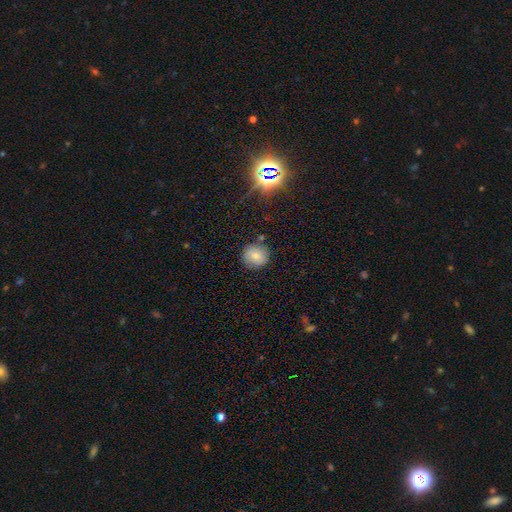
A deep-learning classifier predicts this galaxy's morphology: The model was most divided on "smooth or featured": smooth: 76%, featured or disk: 12%, star or artifact: 12%. More confident: how rounded — round (91%); merging — none (81%).